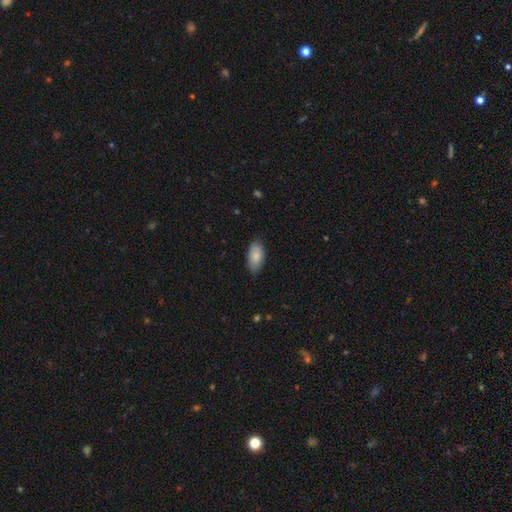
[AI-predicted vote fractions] Overall: smooth (86%). How rounded: in between (94%). Merging: none (83%).